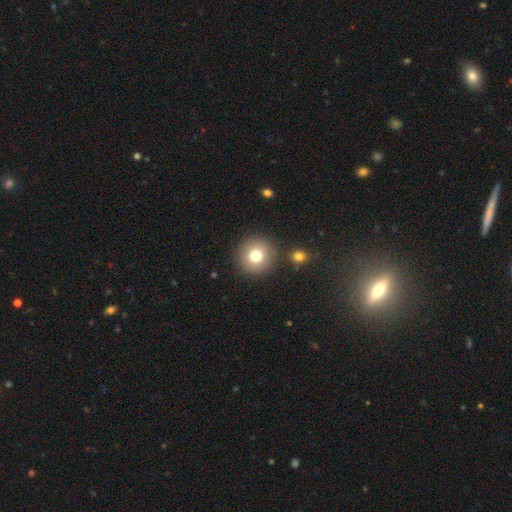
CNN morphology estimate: This appears to be a smooth galaxy with no disk features (76%) that is round (94%). Merging: none (87%).